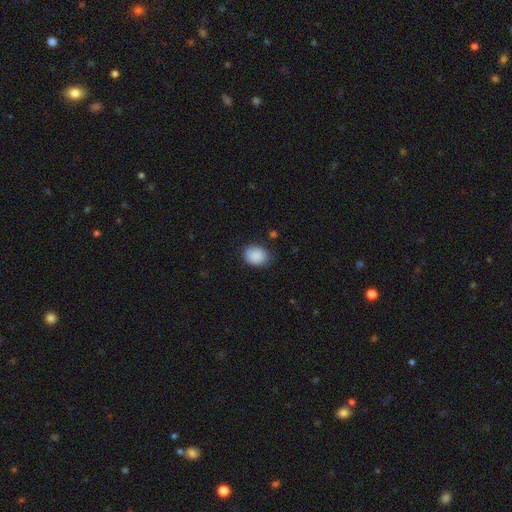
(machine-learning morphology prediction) smooth 89%, star or artifact 7%, featured or disk 4%. Down the decision tree: how rounded — in between (54%); merging — none (80%).